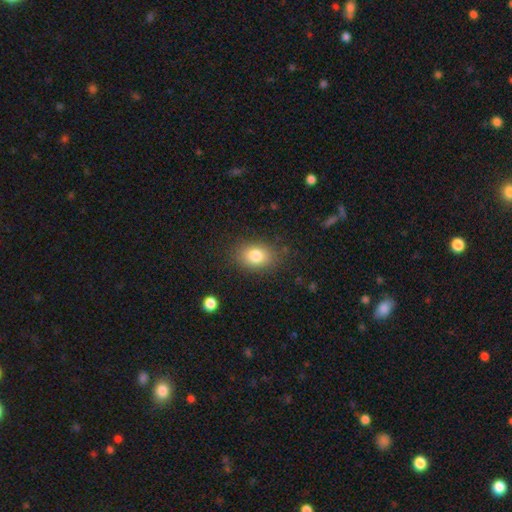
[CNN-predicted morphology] Smooth or featured: smooth — 81% (star or artifact — 10%)
How rounded: in between — 72% (round — 27%)
Merging: none — 82% (minor disturbance — 12%)